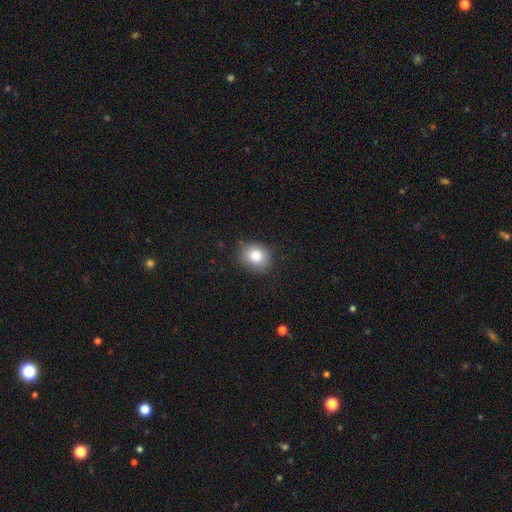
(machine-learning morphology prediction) smooth 80%, star or artifact 11%, featured or disk 9%. Down the decision tree: how rounded — round (67%); merging — none (82%).